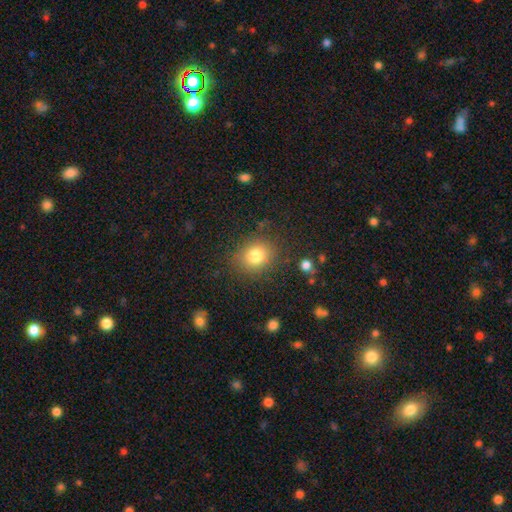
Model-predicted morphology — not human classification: The model was most divided on "how rounded": round: 64%, in between: 35%, cigar-shaped: 1%. More confident: merging — none (82%); smooth or featured — smooth (80%).